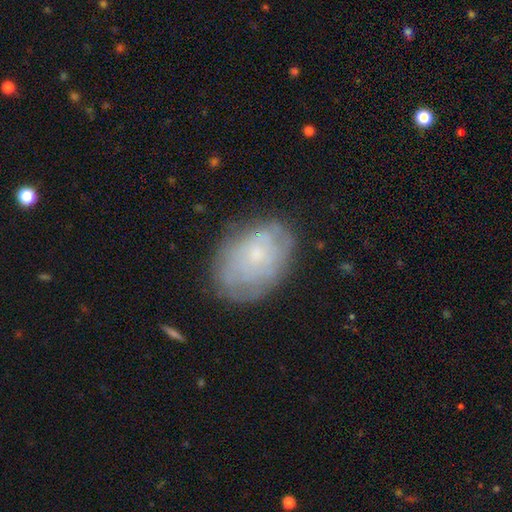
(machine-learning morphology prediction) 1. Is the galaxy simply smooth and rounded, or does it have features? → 50% featured or disk, 41% smooth, 8% star or artifact.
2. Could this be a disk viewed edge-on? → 95% no, 5% yes.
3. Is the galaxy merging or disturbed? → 71% none, 20% minor disturbance, 7% major disturbance, 2% merger.